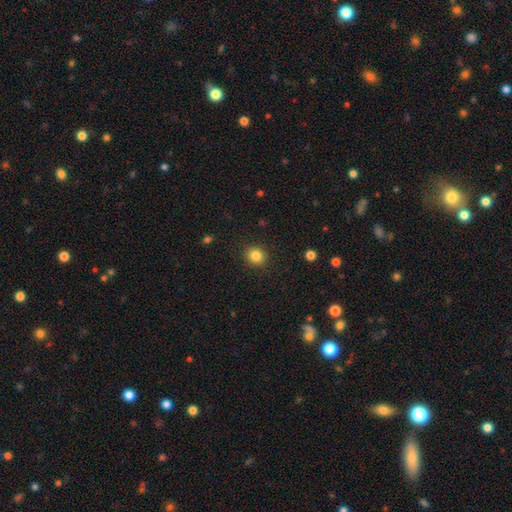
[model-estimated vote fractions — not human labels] Smooth or featured? smooth (84%)
How rounded? round (84%)
Merging? none (90%)